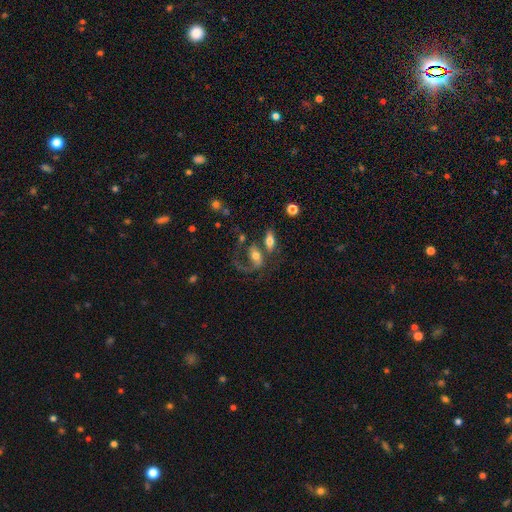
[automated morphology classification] smooth_or_featured: featured or disk (p=0.50) [alt: smooth p=0.39]
disk_edge_on: no (p=0.88) [alt: yes p=0.12]
merging: merger (p=0.34) [alt: none p=0.29]